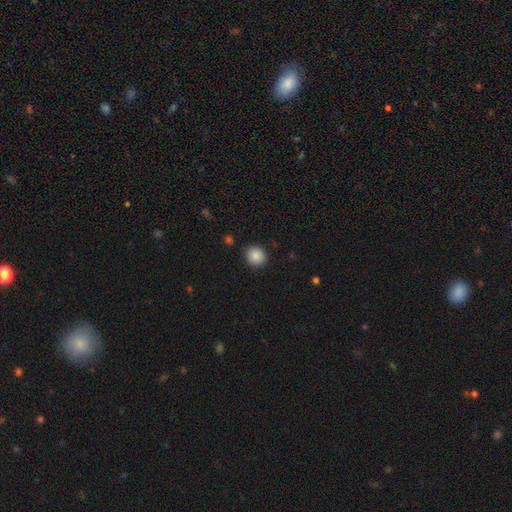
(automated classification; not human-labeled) This is clearly a smooth galaxy (88%). How rounded: clearly round (85%). Merging: clearly none (90%).